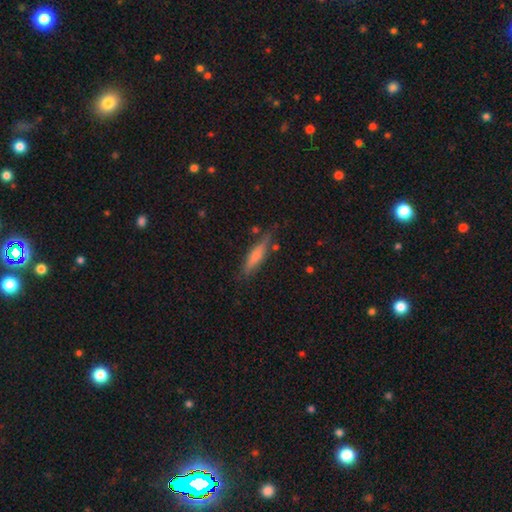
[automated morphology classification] Q: Smooth or featured?
A: smooth (64%); runner-up: featured or disk (29%)
Q: How rounded?
A: cigar-shaped (80%); runner-up: in between (18%)
Q: Merging?
A: none (75%); runner-up: minor disturbance (18%)